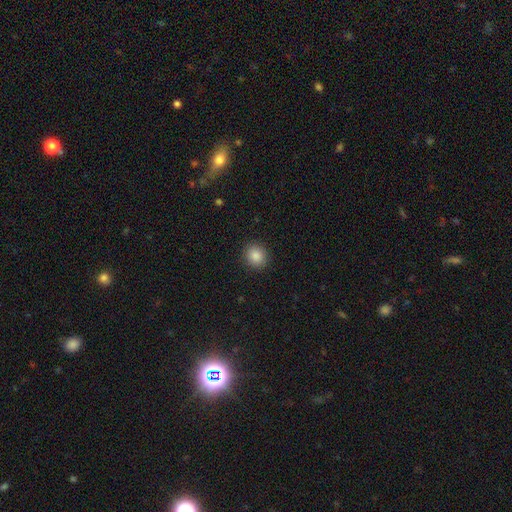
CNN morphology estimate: A smooth galaxy with no disk features (87%) that is round (83%).

Vote fractions:
- Smooth or featured? smooth: 87% / star or artifact: 9% / featured or disk: 4%
- How rounded? round: 83% / in between: 16% / cigar-shaped: 1%
- Merging? none: 91% / minor disturbance: 6% / major disturbance: 2% / merger: 1%